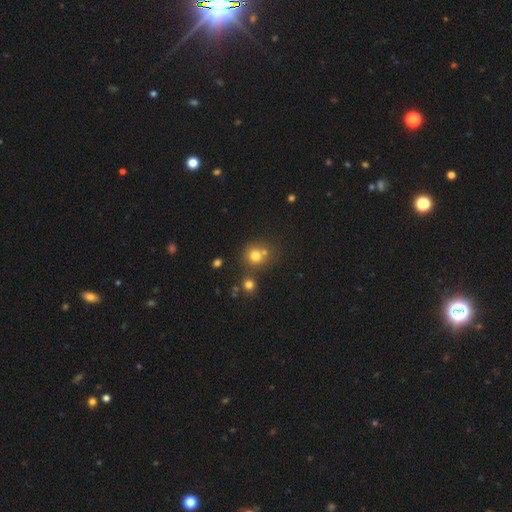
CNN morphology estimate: type=smooth (74%); roundness=round (85%); merging=none (54%).